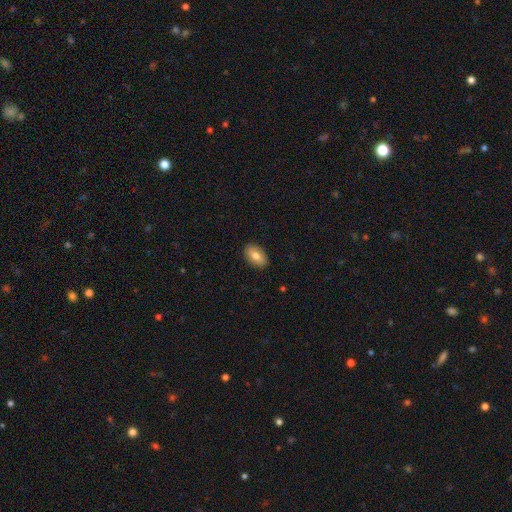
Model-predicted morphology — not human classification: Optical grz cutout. It shows a smooth galaxy with no disk features (79%) that is in between round and cigar-shaped (92%). Merging: none (89%).